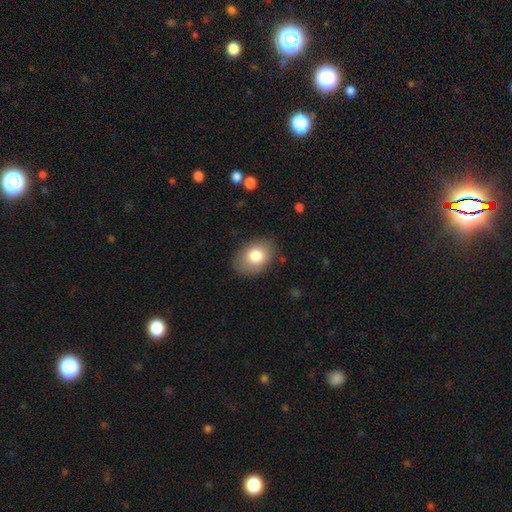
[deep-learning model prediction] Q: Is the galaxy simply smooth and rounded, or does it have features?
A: smooth — 80%.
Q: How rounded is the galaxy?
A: in between — 76%.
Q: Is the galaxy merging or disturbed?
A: none — 83%.